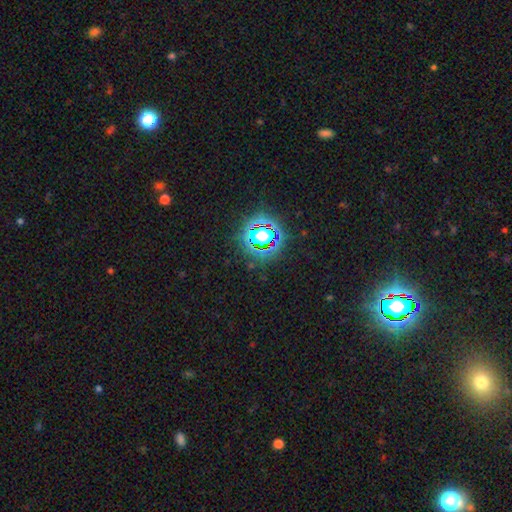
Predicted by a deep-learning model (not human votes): smooth_or_featured: star or artifact (p=0.78) [alt: smooth p=0.14]